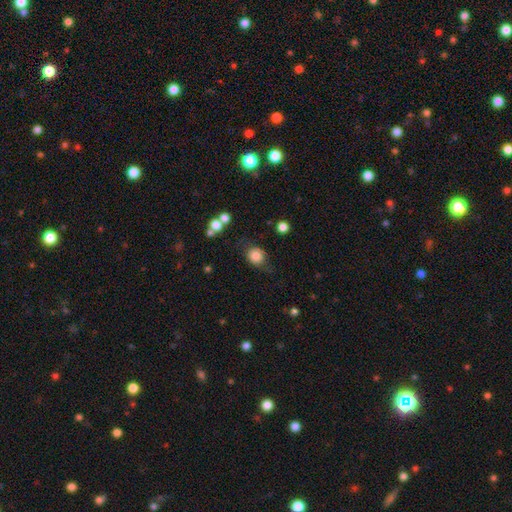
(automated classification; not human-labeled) Overall: smooth (82%). How rounded: round (66%; in between 33%). Merging: none (65%).